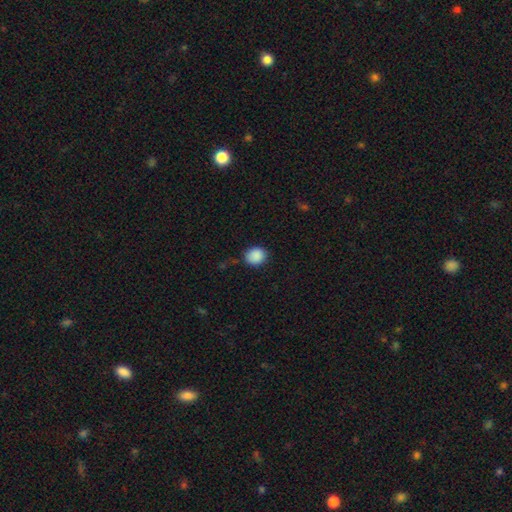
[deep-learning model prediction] Smooth or featured: smooth — 89% (star or artifact — 8%)
How rounded: round — 70% (in between — 29%)
Merging: none — 79% (minor disturbance — 16%)